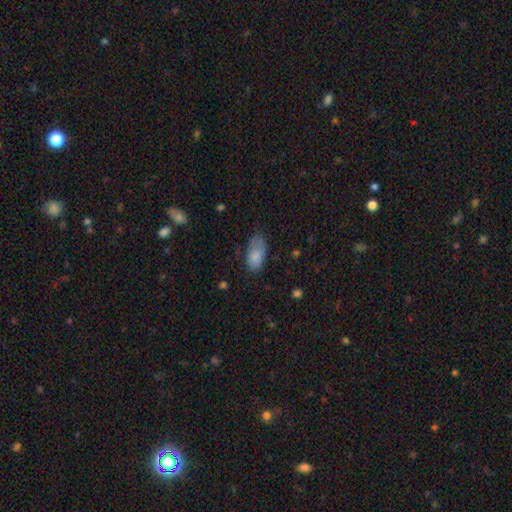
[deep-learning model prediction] This is clearly a smooth galaxy (81%). How rounded: clearly in between (93%). Merging: possibly none (53%).